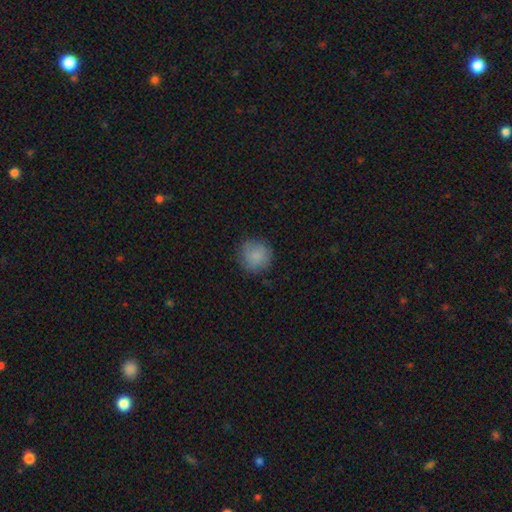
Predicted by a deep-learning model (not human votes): This is clearly a smooth galaxy (82%). How rounded: clearly round (92%). Merging: likely none (79%).